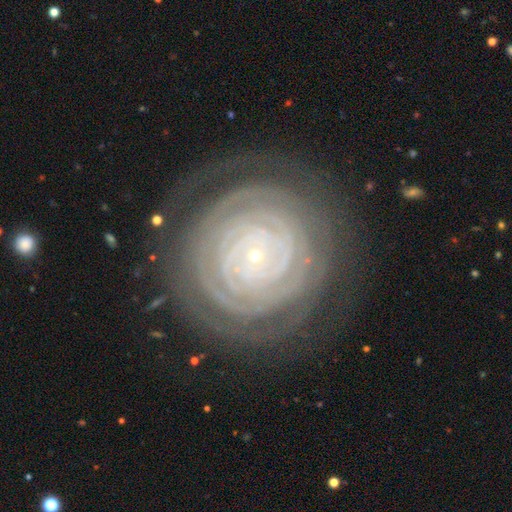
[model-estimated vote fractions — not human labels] This is clearly a featured or disk galaxy (84%). It is clearly not viewed edge-on (97%). Bar: clearly no (81%). Spiral arm pattern: clearly yes (95%). Spiral arm count: marginally can't tell (30%). Spiral winding: clearly tight (92%). Central bulge: clearly small (90%). Merging: clearly none (80%).